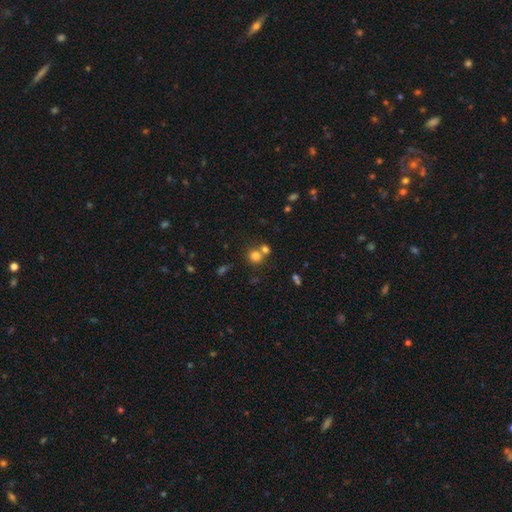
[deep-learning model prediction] Smooth or featured? smooth (75%)
How rounded? round (87%)
Merging? none (54%)